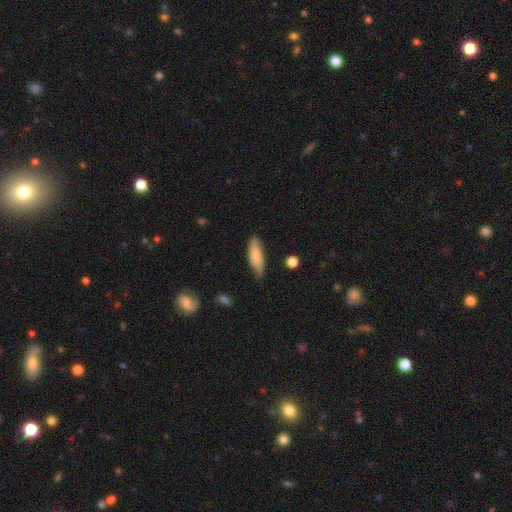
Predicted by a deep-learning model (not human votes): Smooth or featured?
  - smooth: 77% *
  - featured or disk: 17%
  - star or artifact: 6%
How rounded?
  - in between: 51% *
  - cigar-shaped: 47%
  - round: 2%
Merging?
  - none: 74% *
  - minor disturbance: 21%
  - major disturbance: 4%
  - merger: 2%